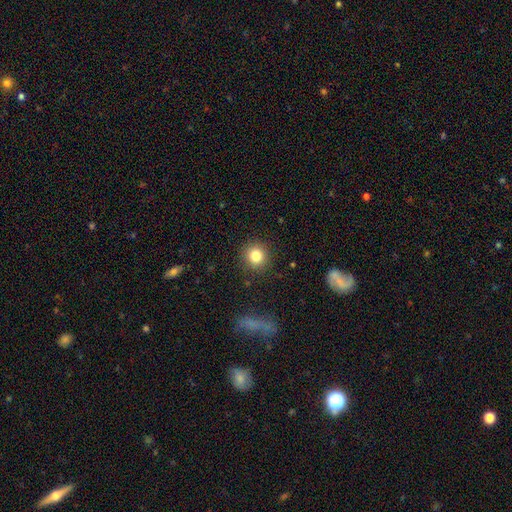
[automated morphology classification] Smooth or featured: smooth — 82% (star or artifact — 11%)
How rounded: round — 91% (in between — 8%)
Merging: none — 90% (minor disturbance — 7%)